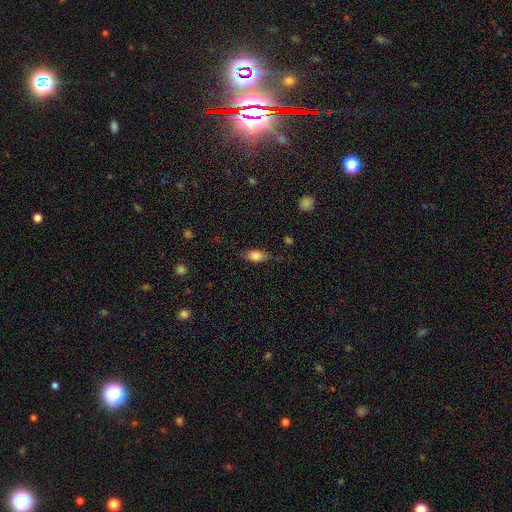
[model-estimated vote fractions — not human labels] Morphology: type=smooth (82%); roundness=in between (84%); merging=none (69%).